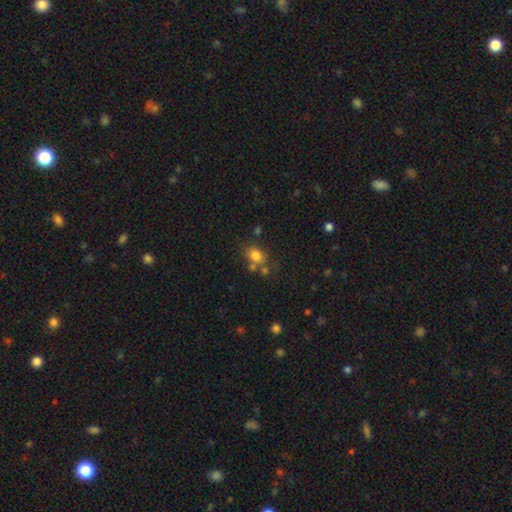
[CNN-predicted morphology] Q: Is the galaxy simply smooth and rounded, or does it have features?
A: smooth — 78%.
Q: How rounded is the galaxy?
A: in between — 58%.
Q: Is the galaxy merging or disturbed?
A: none — 60%.